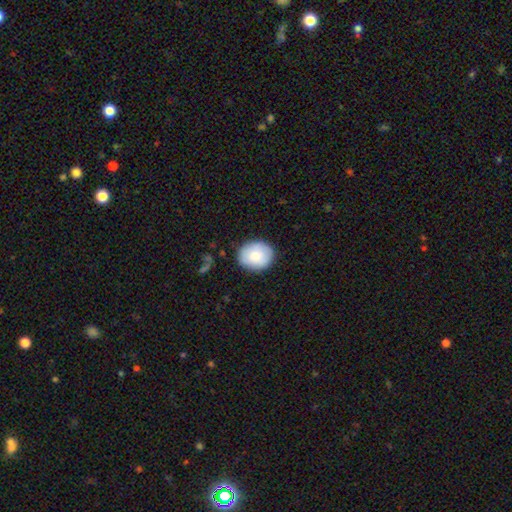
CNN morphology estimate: smooth_or_featured: smooth (p=0.82) [alt: featured or disk p=0.11]
how_rounded: round (p=0.57) [alt: in between p=0.42]
merging: none (p=0.85) [alt: minor disturbance p=0.11]